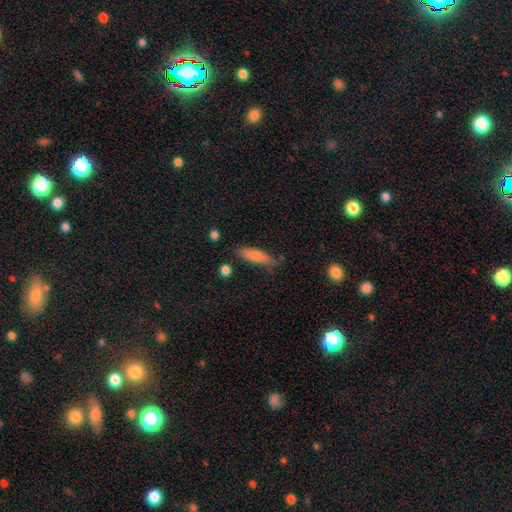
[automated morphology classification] smooth-or-featured: smooth: 79% | featured or disk: 14% | star or artifact: 6%
  how-rounded: cigar-shaped: 66% | in between: 32% | round: 2%
  merging: none: 72% | minor disturbance: 21% | major disturbance: 4% | merger: 3%